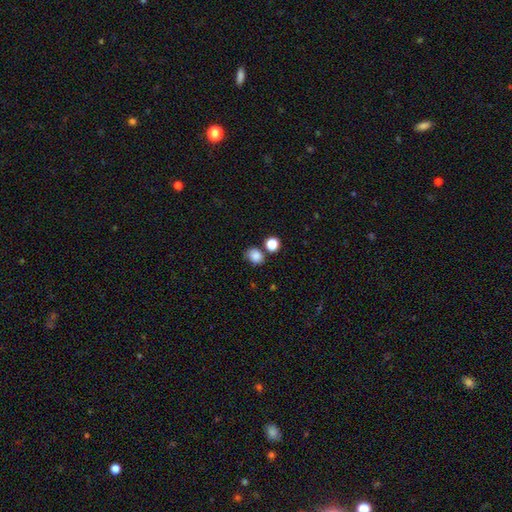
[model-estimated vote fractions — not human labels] smooth 84%, star or artifact 11%, featured or disk 5%. Down the decision tree: how rounded — round (60%); merging — none (67%).